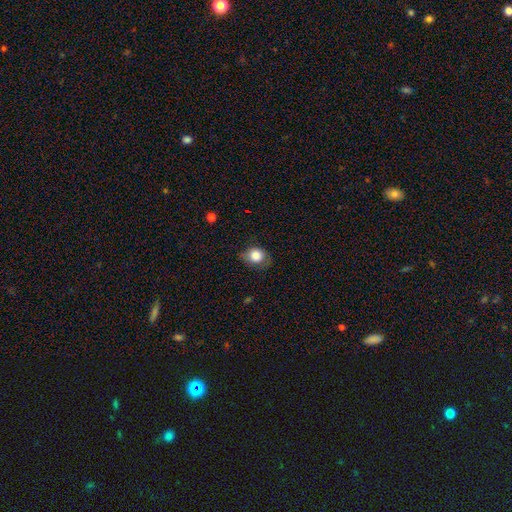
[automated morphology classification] Smooth or featured? smooth (82%)
How rounded? round (64%)
Merging? none (59%)